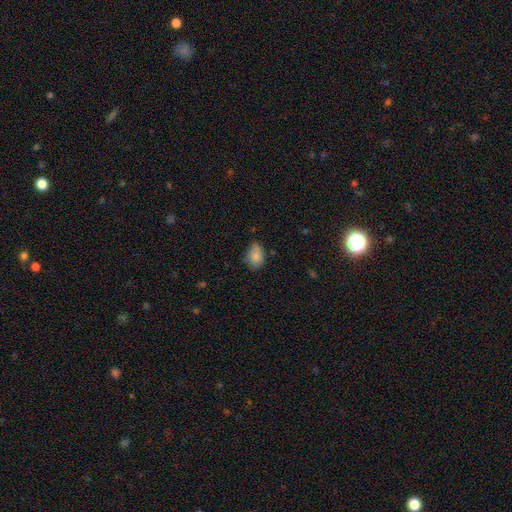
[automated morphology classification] Smooth or featured: smooth — 83% (star or artifact — 9%)
How rounded: in between — 81% (round — 18%)
Merging: none — 54% (minor disturbance — 35%)